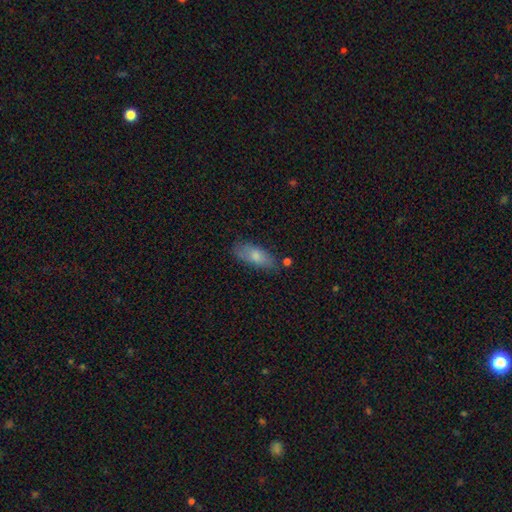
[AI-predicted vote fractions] smooth 76%, featured or disk 17%, star or artifact 7%. Down the decision tree: how rounded — in between (74%); merging — none (69%).